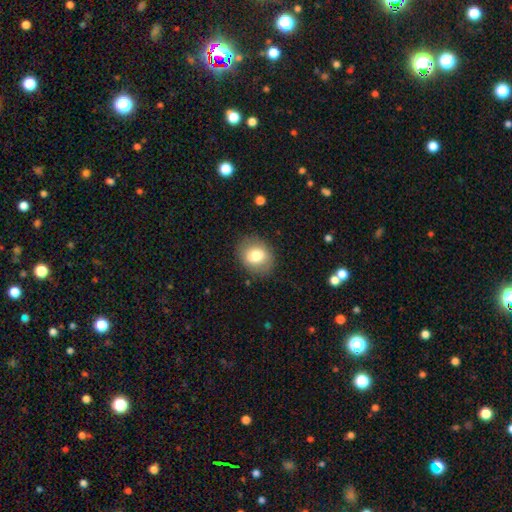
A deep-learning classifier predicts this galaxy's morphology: Smooth or featured? smooth (75%)
How rounded? round (55%)
Merging? none (85%)